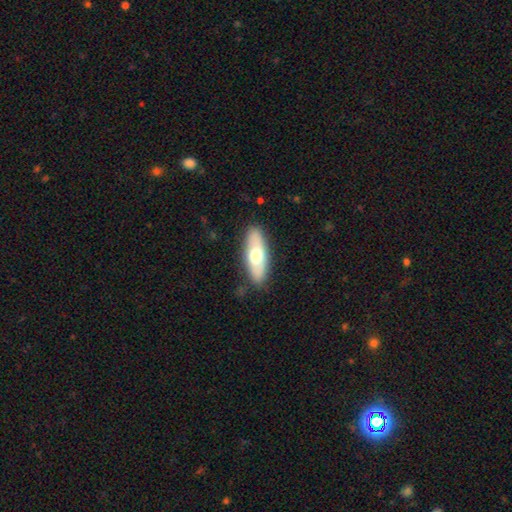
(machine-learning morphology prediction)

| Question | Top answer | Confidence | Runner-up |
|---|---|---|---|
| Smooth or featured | smooth | 59% | featured or disk (35%) |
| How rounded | in between | 65% | cigar-shaped (32%) |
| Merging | none | 85% | minor disturbance (11%) |